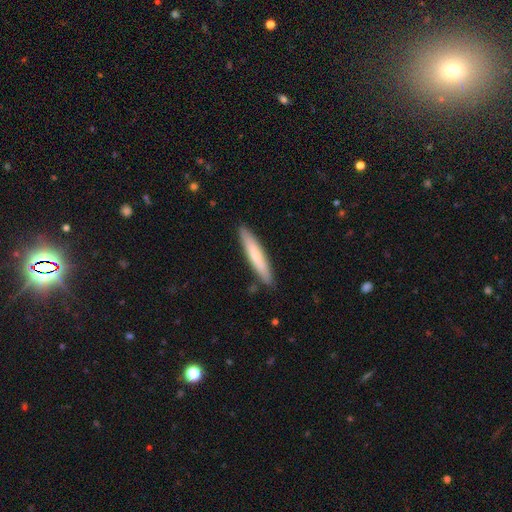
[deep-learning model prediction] Overall: smooth (71%). How rounded: cigar-shaped (92%). Merging: none (88%).